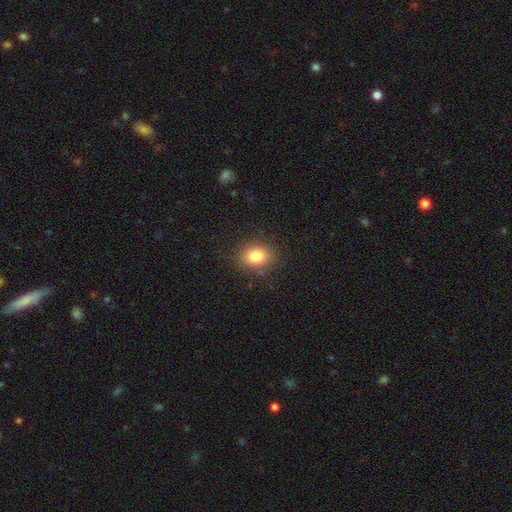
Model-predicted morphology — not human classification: Q: Smooth or featured?
A: smooth (83%); runner-up: star or artifact (10%)
Q: How rounded?
A: in between (52%); runner-up: round (47%)
Q: Merging?
A: none (85%); runner-up: minor disturbance (11%)